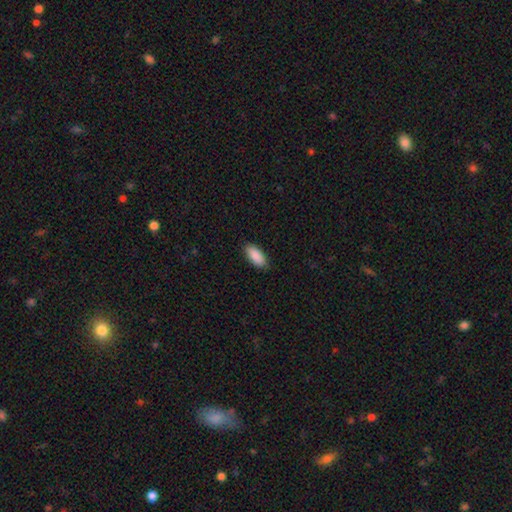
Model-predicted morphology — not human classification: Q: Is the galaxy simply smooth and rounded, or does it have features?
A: smooth — 90%.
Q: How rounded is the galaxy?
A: in between — 89%.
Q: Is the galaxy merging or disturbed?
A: none — 87%.